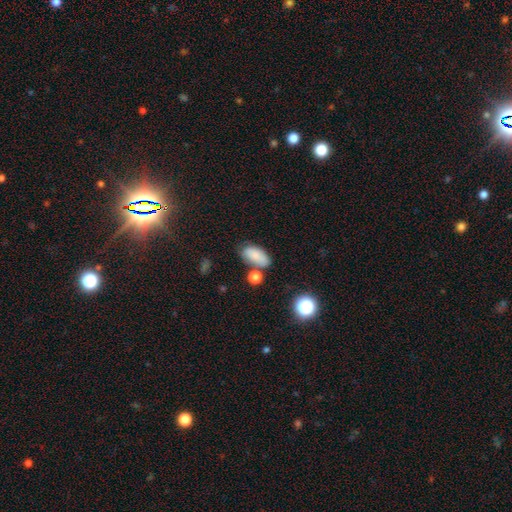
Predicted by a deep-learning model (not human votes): Smooth or featured: smooth — 81% (star or artifact — 10%)
How rounded: in between — 90% (cigar-shaped — 5%)
Merging: none — 61% (minor disturbance — 20%)